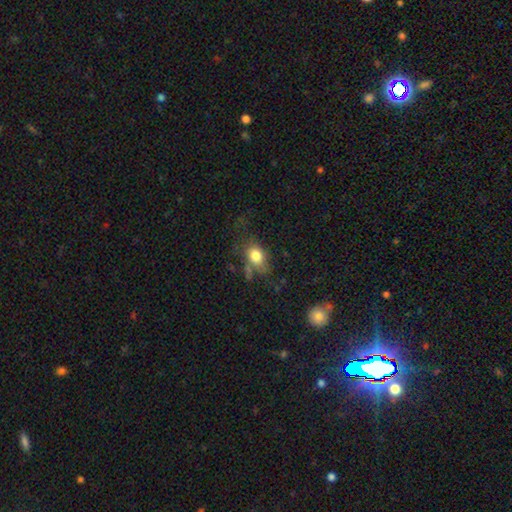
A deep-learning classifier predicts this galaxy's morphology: smooth 78%, featured or disk 13%, star or artifact 10%. Down the decision tree: how rounded — in between (63%); merging — none (49%).